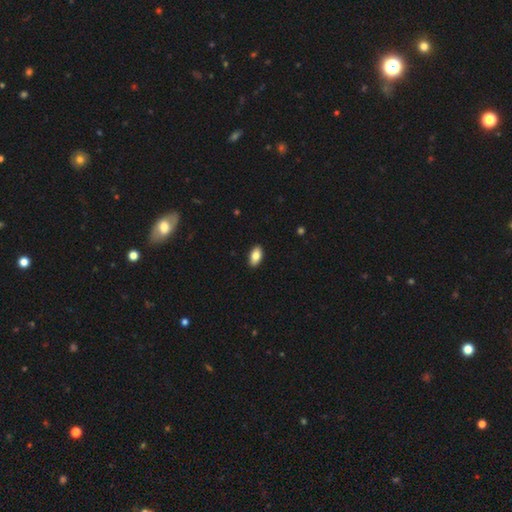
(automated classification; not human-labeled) Smooth or featured? Predicted: smooth (p=0.83). How rounded? Predicted: in between (p=0.93). Merging? Predicted: none (p=0.91).